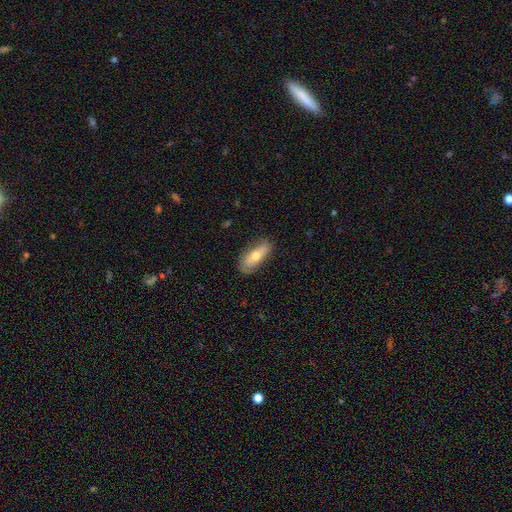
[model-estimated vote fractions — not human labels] A smooth galaxy with no disk features (66%) that is in between round and cigar-shaped (66%).

Vote fractions:
- Smooth or featured? smooth: 66% / featured or disk: 27% / star or artifact: 6%
- How rounded? in between: 66% / cigar-shaped: 31% / round: 3%
- Merging? none: 81% / minor disturbance: 15% / major disturbance: 3% / merger: 1%